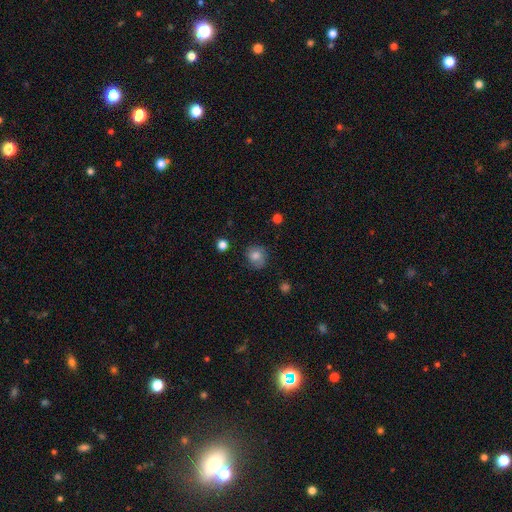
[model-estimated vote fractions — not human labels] Smooth or featured? Predicted: smooth (p=0.69). How rounded? Predicted: round (p=0.80). Merging? Predicted: none (p=0.73).